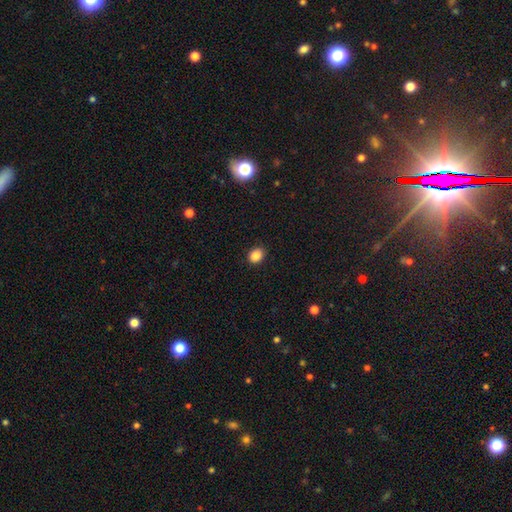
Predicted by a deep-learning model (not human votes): Smooth or featured?
  - smooth: 87% *
  - star or artifact: 10%
  - featured or disk: 3%
How rounded?
  - in between: 55% *
  - round: 45%
  - cigar-shaped: 1%
Merging?
  - none: 87% *
  - minor disturbance: 10%
  - major disturbance: 2%
  - merger: 1%